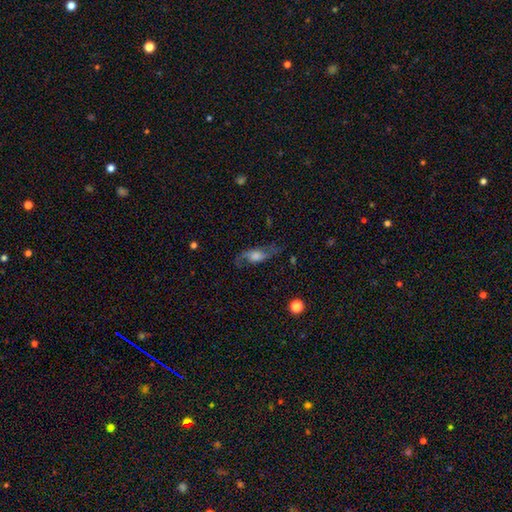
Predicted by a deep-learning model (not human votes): Q: Smooth or featured?
A: featured or disk (63%); runner-up: smooth (27%)
Q: Edge-on disk?
A: no (75%); runner-up: yes (25%)
Q: Merging?
A: none (65%); runner-up: minor disturbance (19%)